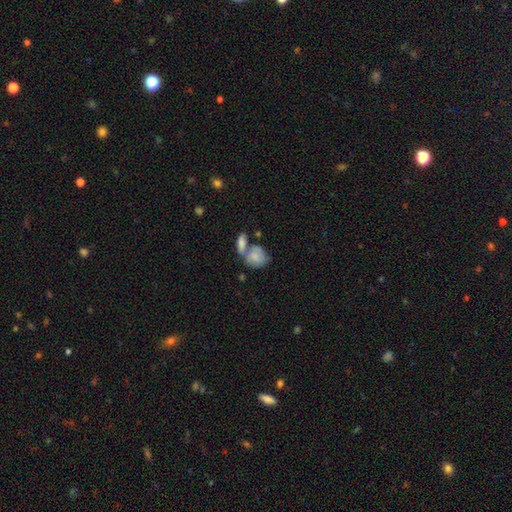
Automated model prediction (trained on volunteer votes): Smooth or featured: smooth — 72% (featured or disk — 21%)
How rounded: in between — 57% (round — 41%)
Merging: merger — 52% (none — 26%)